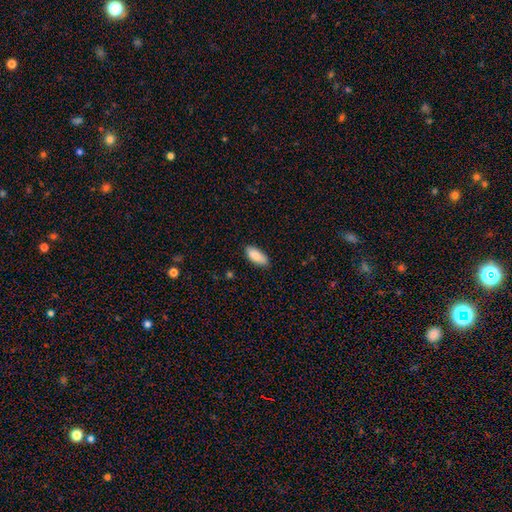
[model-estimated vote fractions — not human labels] This is clearly a smooth galaxy (88%). How rounded: clearly in between (87%). Merging: clearly none (85%).